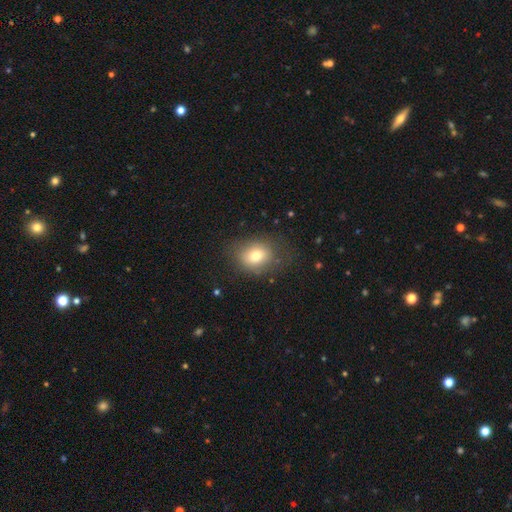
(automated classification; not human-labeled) smooth 75%, featured or disk 14%, star or artifact 11%. Down the decision tree: how rounded — in between (50%); merging — none (73%).